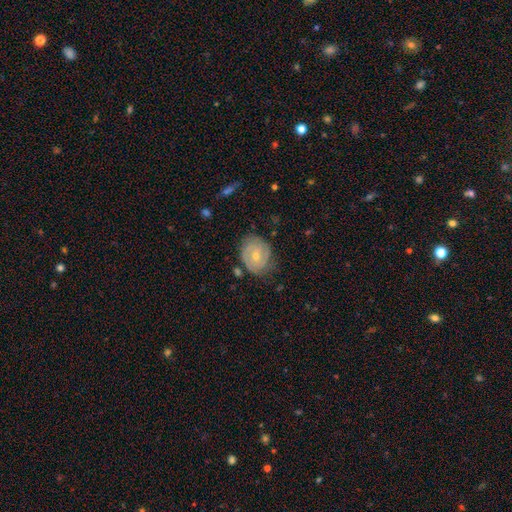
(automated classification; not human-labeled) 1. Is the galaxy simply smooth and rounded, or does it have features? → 62% featured or disk, 31% smooth, 7% star or artifact.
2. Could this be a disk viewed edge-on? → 97% no, 3% yes.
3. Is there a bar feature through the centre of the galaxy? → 65% no, 30% weak, 5% strong.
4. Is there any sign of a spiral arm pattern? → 82% yes, 18% no.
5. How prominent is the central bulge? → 57% small, 40% moderate, 1% none, 1% large, 1% dominant.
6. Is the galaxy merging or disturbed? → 72% none, 20% minor disturbance, 6% major disturbance, 2% merger.